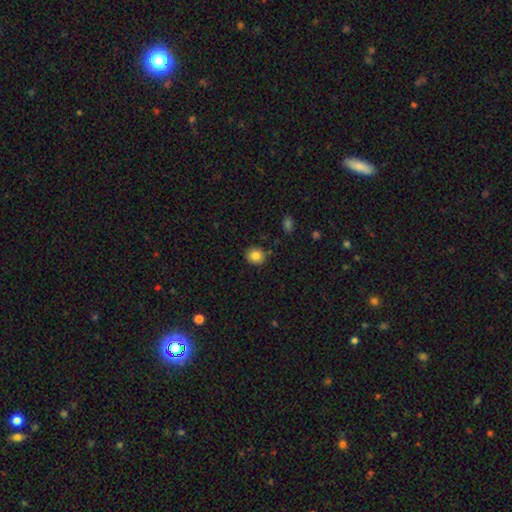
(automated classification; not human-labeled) A smooth galaxy with no disk features (84%) that is round (86%).

Vote fractions:
- Smooth or featured? smooth: 84% / star or artifact: 10% / featured or disk: 6%
- How rounded? round: 86% / in between: 13% / cigar-shaped: 1%
- Merging? none: 87% / minor disturbance: 8% / merger: 2% / major disturbance: 2%